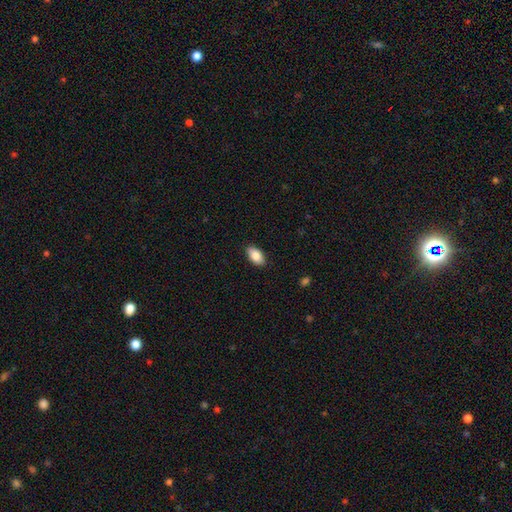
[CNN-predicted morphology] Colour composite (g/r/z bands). It shows a smooth galaxy with no disk features (85%) that is in between round and cigar-shaped (93%). Merging: none (88%).